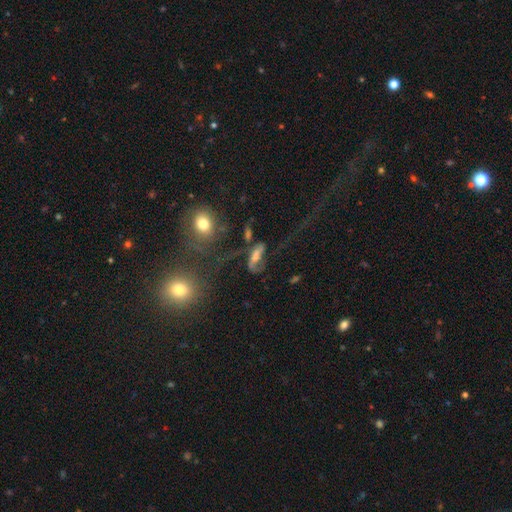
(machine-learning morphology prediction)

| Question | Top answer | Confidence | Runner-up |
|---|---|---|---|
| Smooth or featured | featured or disk | 55% | smooth (30%) |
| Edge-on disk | no | 82% | yes (18%) |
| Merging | none | 35% | major disturbance (33%) |